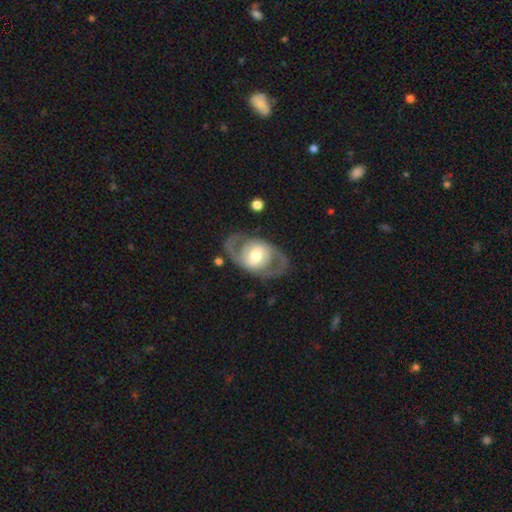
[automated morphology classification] This appears to be a featured or disk galaxy (77%) with no bar (41%), 2 (86%) medium (51%) spiral arms (76%) and a moderate central bulge (63%). Merging: none (76%).